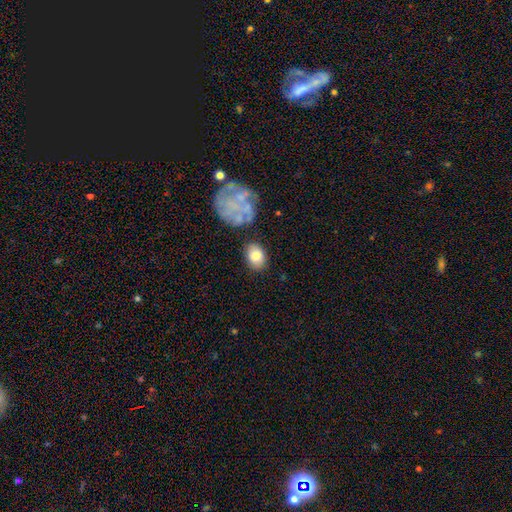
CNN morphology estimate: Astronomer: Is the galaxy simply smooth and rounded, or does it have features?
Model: smooth — 78%.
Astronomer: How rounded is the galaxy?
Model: in between — 68%.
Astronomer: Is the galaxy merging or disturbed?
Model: none — 77%.